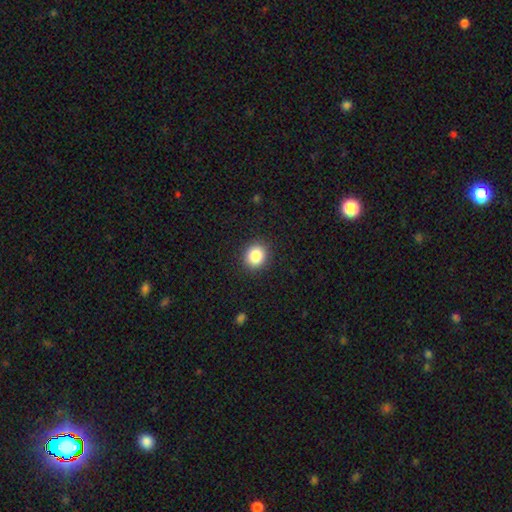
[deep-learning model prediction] This is clearly a smooth galaxy (85%). How rounded: likely round (80%). Merging: clearly none (91%).